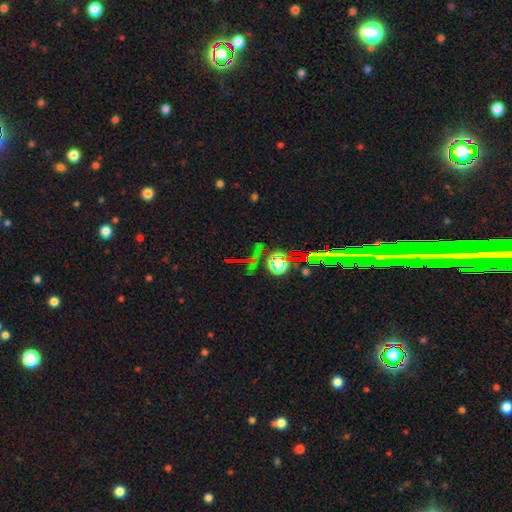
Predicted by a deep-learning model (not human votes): star or artifact 70%, smooth 17%, featured or disk 13%.